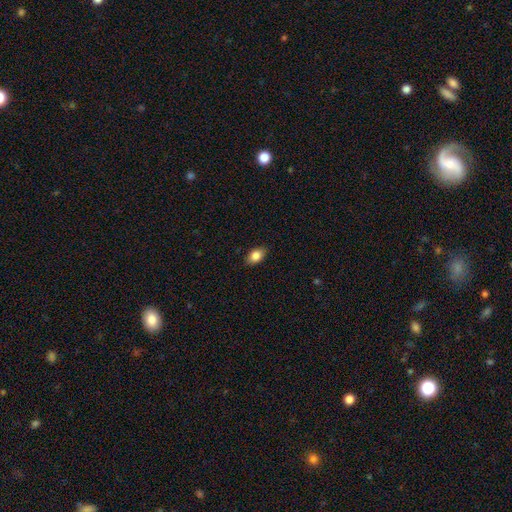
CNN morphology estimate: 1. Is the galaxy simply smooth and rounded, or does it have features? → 85% smooth, 8% star or artifact, 7% featured or disk.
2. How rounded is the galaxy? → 87% in between, 11% round, 2% cigar-shaped.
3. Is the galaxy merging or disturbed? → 87% none, 10% minor disturbance, 2% major disturbance, 1% merger.